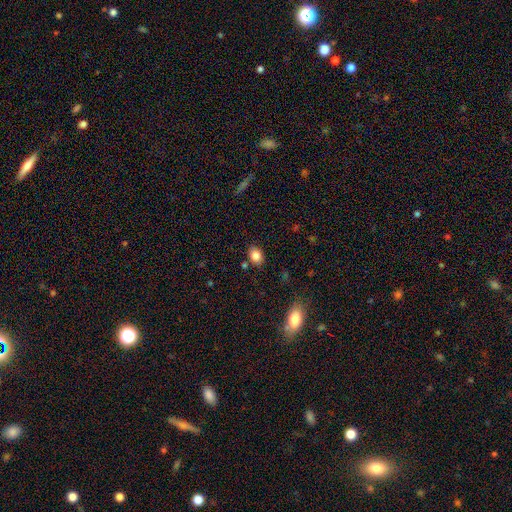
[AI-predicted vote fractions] Smooth or featured? Predicted: smooth (p=0.84). How rounded? Predicted: in between (p=0.74). Merging? Predicted: none (p=0.82).